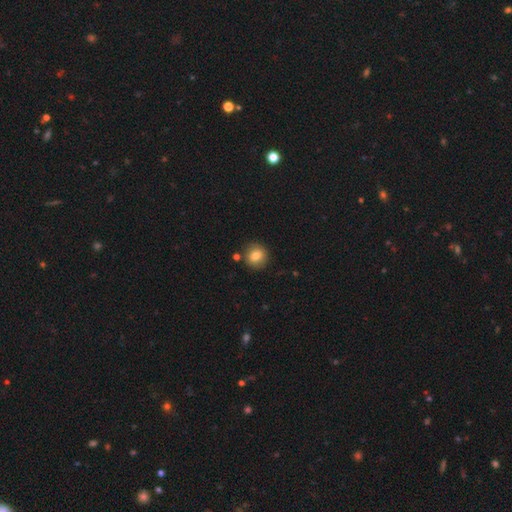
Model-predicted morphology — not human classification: Smooth or featured: smooth — 81% (star or artifact — 10%)
How rounded: round — 86% (in between — 13%)
Merging: none — 85% (minor disturbance — 9%)